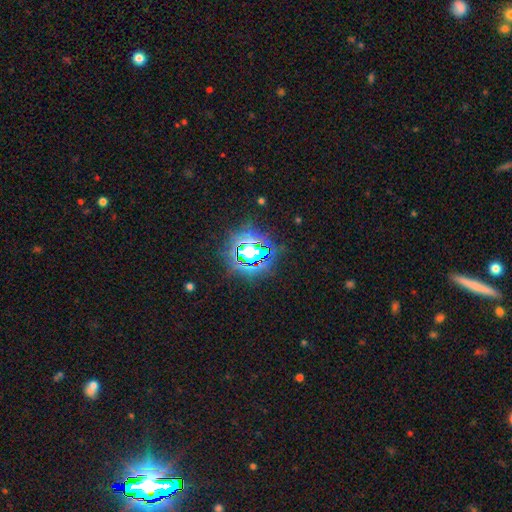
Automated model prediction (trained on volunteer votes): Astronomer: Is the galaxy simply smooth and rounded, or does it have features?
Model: star or artifact — 67%.